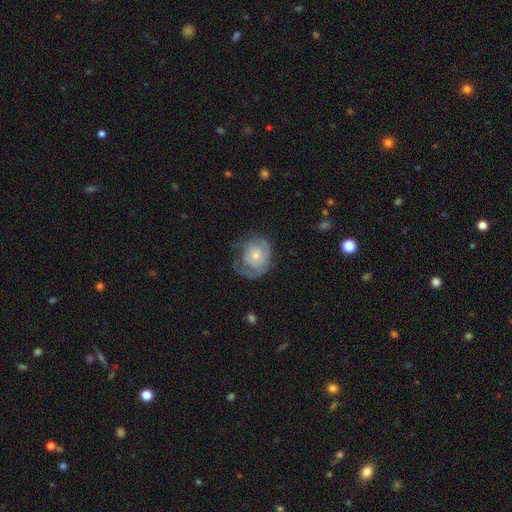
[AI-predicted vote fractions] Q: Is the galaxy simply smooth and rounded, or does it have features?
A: featured or disk — 59%.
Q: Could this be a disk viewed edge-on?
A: no — 97%.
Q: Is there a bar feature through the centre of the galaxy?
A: no — 81%.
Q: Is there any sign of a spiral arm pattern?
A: yes — 72%.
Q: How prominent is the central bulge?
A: small — 46%.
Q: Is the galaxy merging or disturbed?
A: none — 45%.